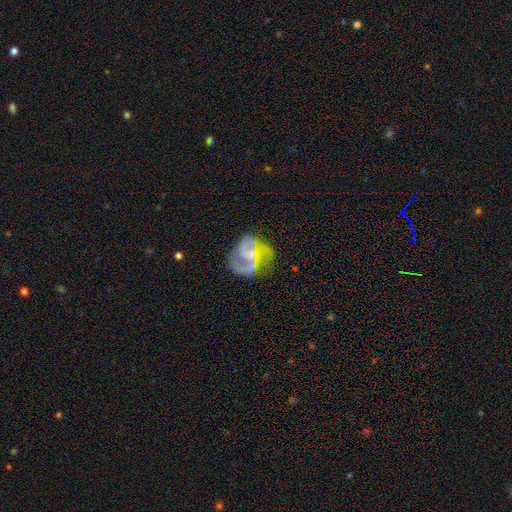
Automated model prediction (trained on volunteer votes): A featured or disk galaxy (79%) with no bar (47%), 2 (56%) medium (48%) spiral arms (89%) and a small central bulge (57%).

Vote fractions:
- Smooth or featured? featured or disk: 79% / smooth: 13% / star or artifact: 8%
- Edge-on disk? no: 98% / yes: 2%
- Bar? no: 47% / weak: 42% / strong: 11%
- Spiral arms? yes: 89% / no: 11%
- Spiral winding? medium: 48% / loose: 33% / tight: 19%
- Spiral arm count? 2: 56% / 3: 15% / can't tell: 13% / 1: 10% / 4: 3% / more than 4: 3%
- Bulge size? small: 57% / moderate: 27% / none: 13% / large: 2% / dominant: 1%
- Merging? none: 46% / major disturbance: 25% / minor disturbance: 21% / merger: 8%